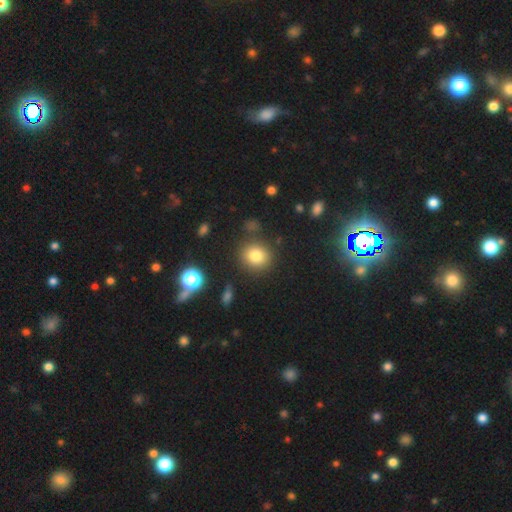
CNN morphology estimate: A smooth galaxy with no disk features (80%) that is round (77%). Merging: none (83%).